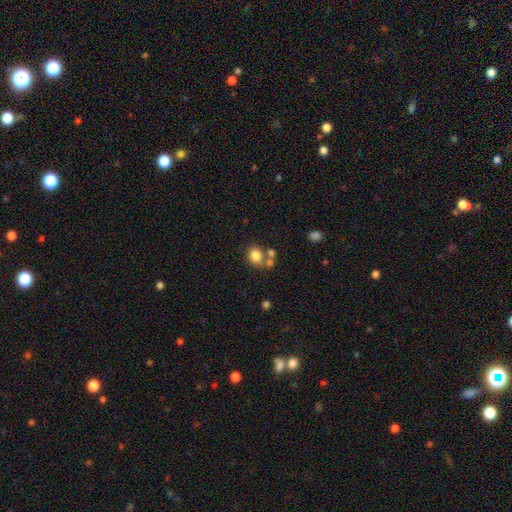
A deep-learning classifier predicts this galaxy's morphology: A smooth galaxy with no disk features (80%) that is round (64%).

Vote fractions:
- Smooth or featured? smooth: 80% / star or artifact: 11% / featured or disk: 9%
- How rounded? round: 64% / in between: 35% / cigar-shaped: 1%
- Merging? none: 55% / merger: 28% / minor disturbance: 12% / major disturbance: 5%